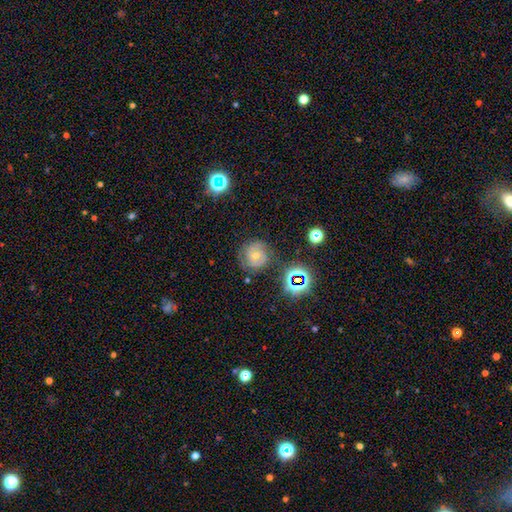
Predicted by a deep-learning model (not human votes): A featured or disk galaxy (52%) with no bar (74%), spiral arms (81%) and a moderate central bulge (49%). Merging: none (68%).